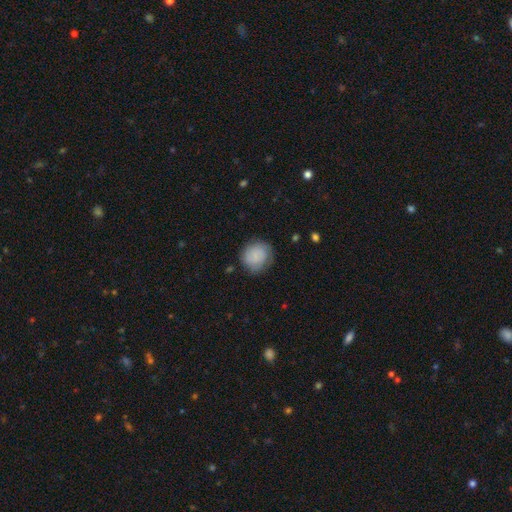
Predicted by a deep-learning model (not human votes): Q: Smooth or featured?
A: smooth (84%); runner-up: featured or disk (8%)
Q: How rounded?
A: round (82%); runner-up: in between (17%)
Q: Merging?
A: none (76%); runner-up: minor disturbance (18%)